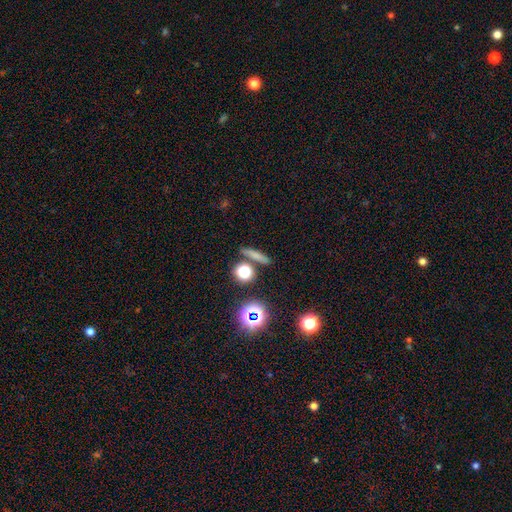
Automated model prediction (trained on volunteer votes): smooth-or-featured: smooth: 67% | star or artifact: 17% | featured or disk: 16%
  how-rounded: cigar-shaped: 69% | round: 19% | in between: 12%
  merging: none: 82% | merger: 8% | minor disturbance: 8% | major disturbance: 3%